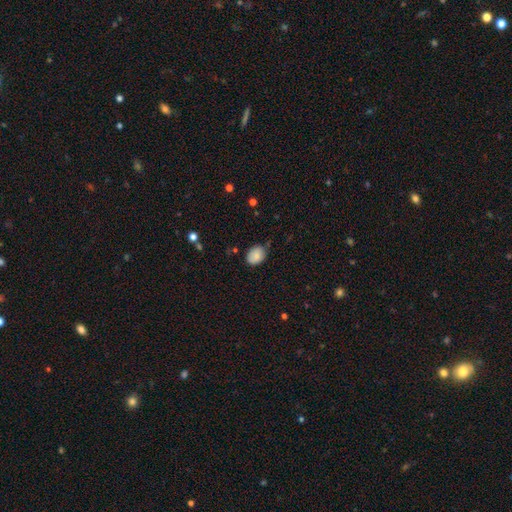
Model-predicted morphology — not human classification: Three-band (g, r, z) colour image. It shows a smooth galaxy with no disk features (84%) that is in between round and cigar-shaped (70%). Merging: none (72%).